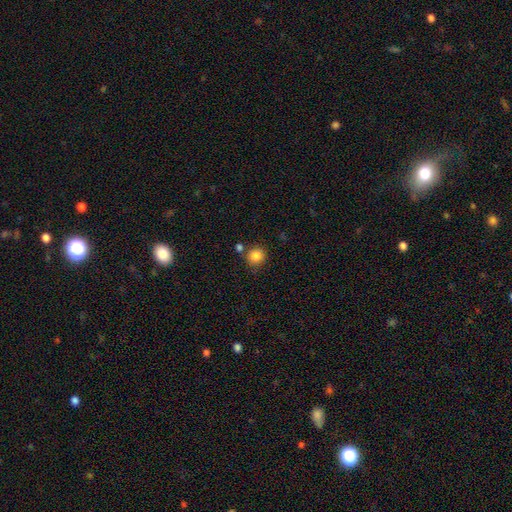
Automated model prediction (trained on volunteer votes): Smooth or featured: smooth — 85% (star or artifact — 10%)
How rounded: round — 91% (in between — 8%)
Merging: none — 76% (merger — 11%)